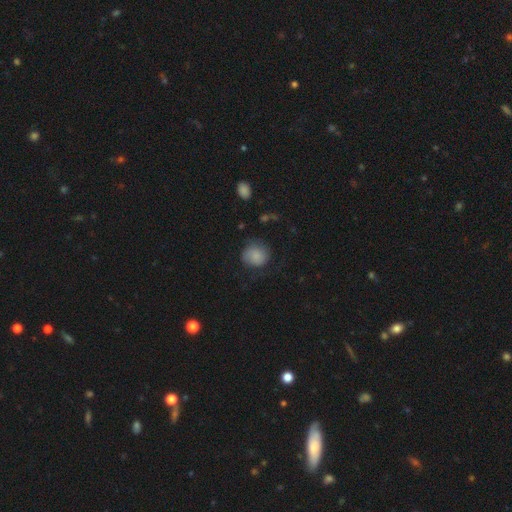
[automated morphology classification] Smooth or featured: smooth — 80% (featured or disk — 11%)
How rounded: round — 83% (in between — 17%)
Merging: none — 64% (minor disturbance — 23%)